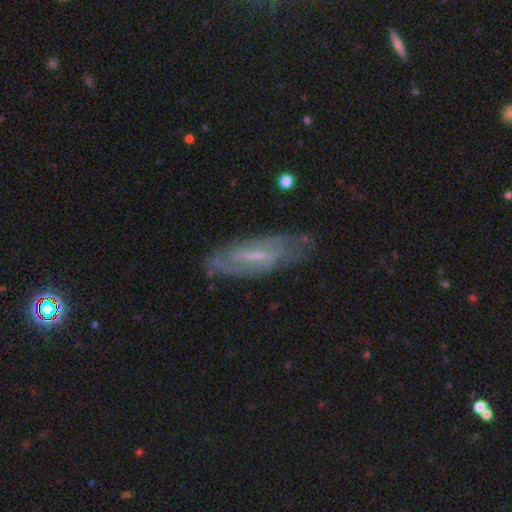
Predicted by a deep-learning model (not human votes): A featured or disk galaxy (73%) with a weak bar (48%), spiral arms (79%) and a small central bulge (52%).

Vote fractions:
- Smooth or featured? featured or disk: 73% / smooth: 20% / star or artifact: 7%
- Edge-on disk? no: 76% / yes: 24%
- Bar? weak: 48% / strong: 32% / no: 20%
- Spiral arms? yes: 79% / no: 21%
- Bulge size? small: 52% / moderate: 27% / none: 18% / large: 2% / dominant: 1%
- Merging? none: 71% / minor disturbance: 20% / major disturbance: 7% / merger: 2%